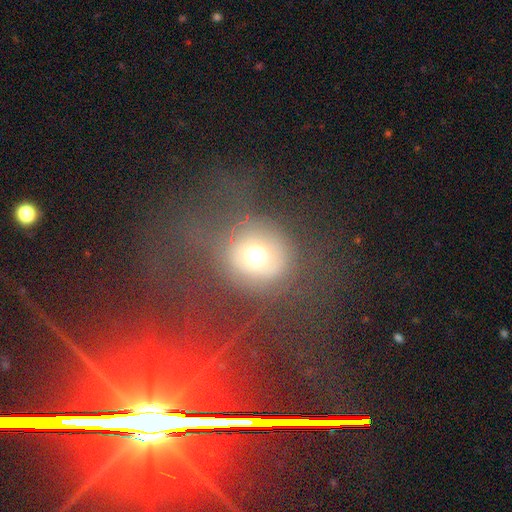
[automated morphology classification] A smooth galaxy with no disk features (59%) that is round (83%).

Vote fractions:
- Smooth or featured? smooth: 59% / featured or disk: 24% / star or artifact: 18%
- How rounded? round: 83% / in between: 16% / cigar-shaped: 1%
- Merging? none: 61% / major disturbance: 22% / minor disturbance: 14% / merger: 3%